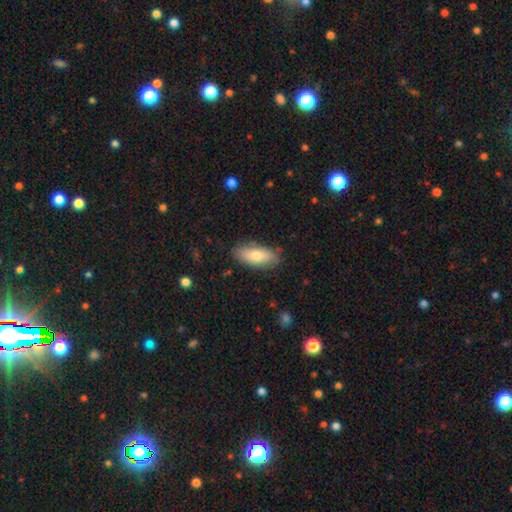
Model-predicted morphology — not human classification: This appears to be a smooth galaxy with no disk features (71%) that is in between round and cigar-shaped (78%). Merging: none (82%).